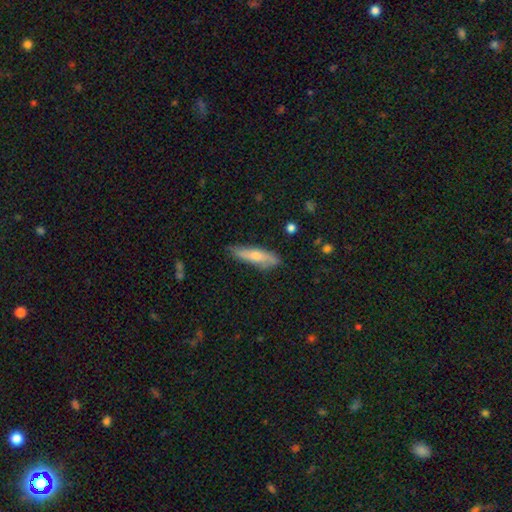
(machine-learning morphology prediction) A smooth galaxy with no disk features (56%) that is cigar-shaped (74%).

Vote fractions:
- Smooth or featured? smooth: 56% / featured or disk: 38% / star or artifact: 6%
- How rounded? cigar-shaped: 74% / in between: 23% / round: 2%
- Merging? none: 78% / minor disturbance: 17% / major disturbance: 3% / merger: 2%